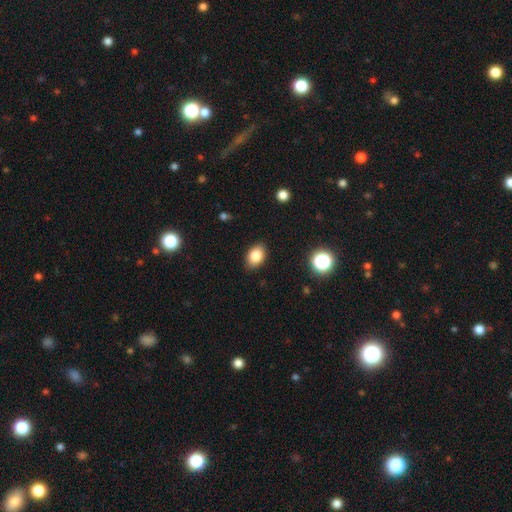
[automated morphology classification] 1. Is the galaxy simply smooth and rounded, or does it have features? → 84% smooth, 9% star or artifact, 7% featured or disk.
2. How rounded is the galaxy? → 81% in between, 17% round, 1% cigar-shaped.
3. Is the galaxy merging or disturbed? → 88% none, 9% minor disturbance, 2% major disturbance, 1% merger.